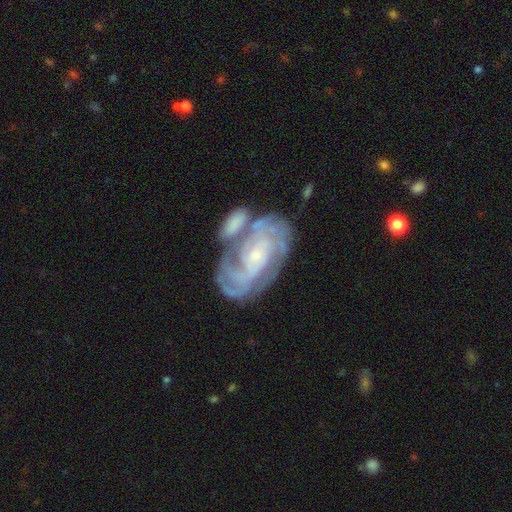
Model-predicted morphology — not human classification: smooth-or-featured: featured or disk: 88% | smooth: 6% | star or artifact: 6%
  disk-edge-on: no: 96% | yes: 4%
    bar: no: 61% | weak: 28% | strong: 11%
    has-spiral-arms: yes: 97% | no: 3%
      spiral-winding: tight: 67% | medium: 27% | loose: 6%
      spiral-arm-count: 2: 27% | can't tell: 25% | 3: 21% | 4: 14% | more than 4: 7% | 1: 6%
    bulge-size: small: 79% | moderate: 15% | none: 3% | large: 2% | dominant: 1%
  merging: none: 49% | merger: 27% | minor disturbance: 16% | major disturbance: 8%